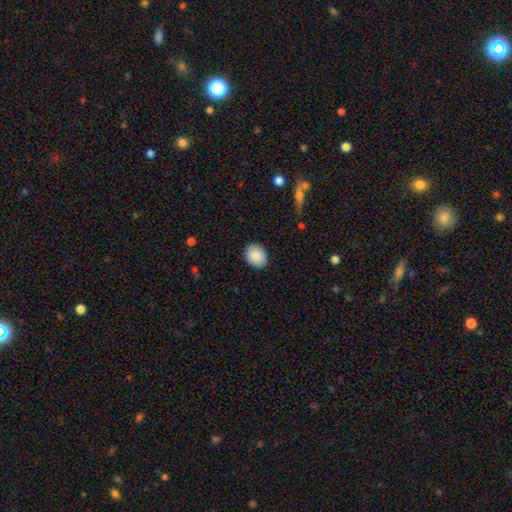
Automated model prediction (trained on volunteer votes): Smooth or featured: smooth — 89% (star or artifact — 7%)
How rounded: round — 54% (in between — 45%)
Merging: none — 88% (minor disturbance — 9%)